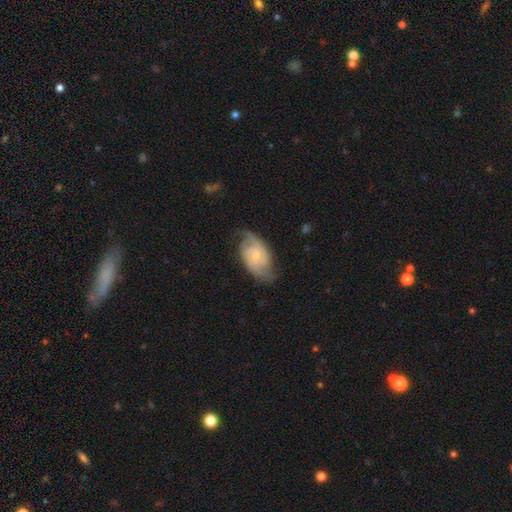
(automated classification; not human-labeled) featured or disk 81%, smooth 14%, star or artifact 5%. Down the decision tree: edge-on disk — no (96%); bar — no (63%); spiral arms — yes (95%); spiral arm count — 2 (81%); spiral winding — medium (46%); bulge size — small (54%); merging — none (70%).